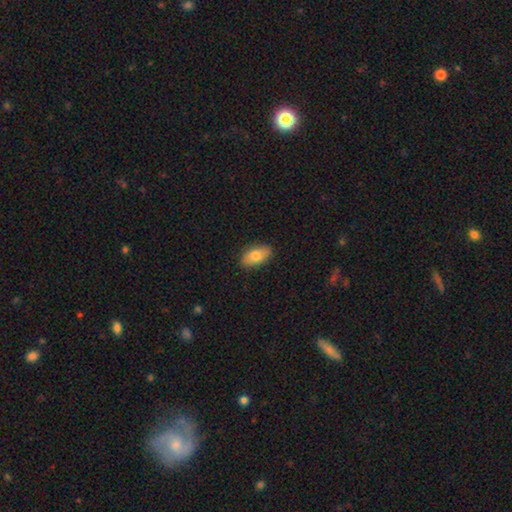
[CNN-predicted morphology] A smooth galaxy with no disk features (78%) that is in between round and cigar-shaped (92%).

Vote fractions:
- Smooth or featured? smooth: 78% / featured or disk: 16% / star or artifact: 7%
- How rounded? in between: 92% / round: 5% / cigar-shaped: 3%
- Merging? none: 87% / minor disturbance: 10% / major disturbance: 2% / merger: 1%